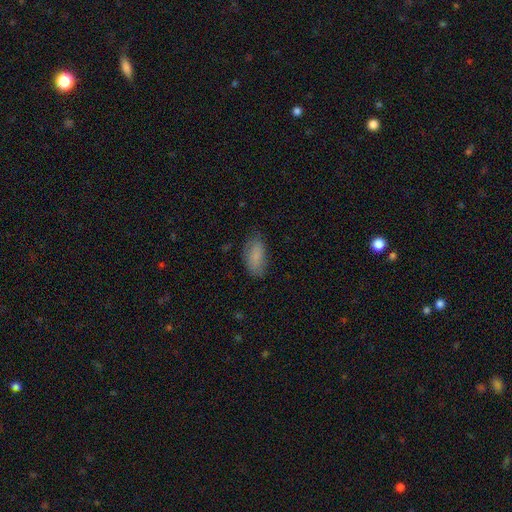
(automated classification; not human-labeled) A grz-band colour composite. It shows a smooth galaxy with no disk features (84%) that is in between round and cigar-shaped (91%). Merging: none (74%).